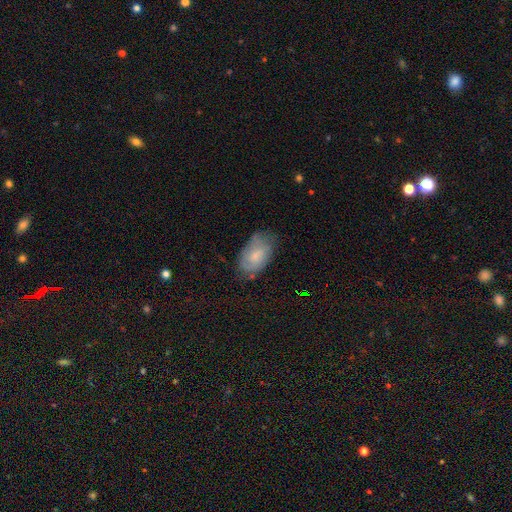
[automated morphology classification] Smooth or featured? smooth (54%)
How rounded? in between (92%)
Merging? none (58%)